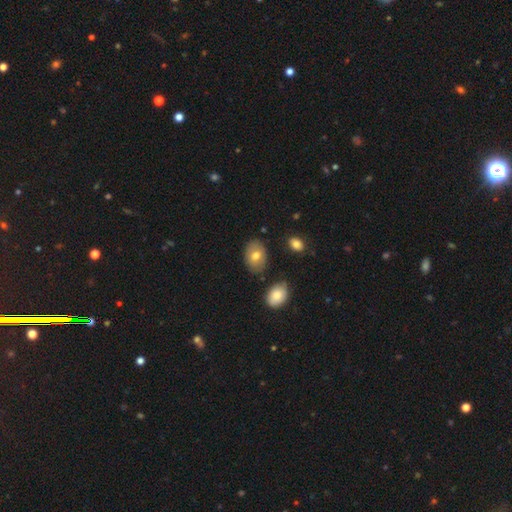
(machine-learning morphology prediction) A smooth galaxy with no disk features (72%) that is in between round and cigar-shaped (79%). Merging: none (78%).